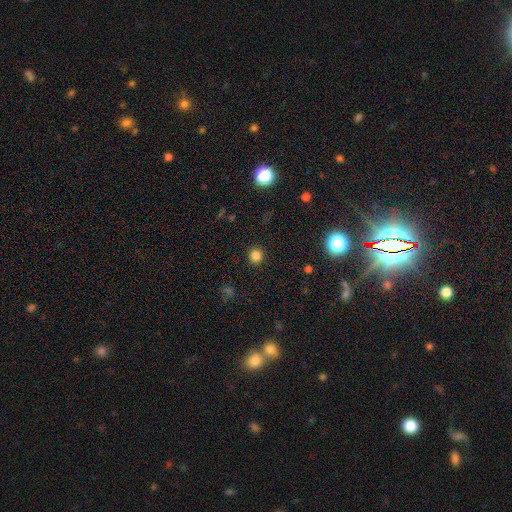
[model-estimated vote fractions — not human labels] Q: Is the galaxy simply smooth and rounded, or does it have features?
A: smooth — 82%.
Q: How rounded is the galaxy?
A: round — 92%.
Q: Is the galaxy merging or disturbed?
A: none — 92%.